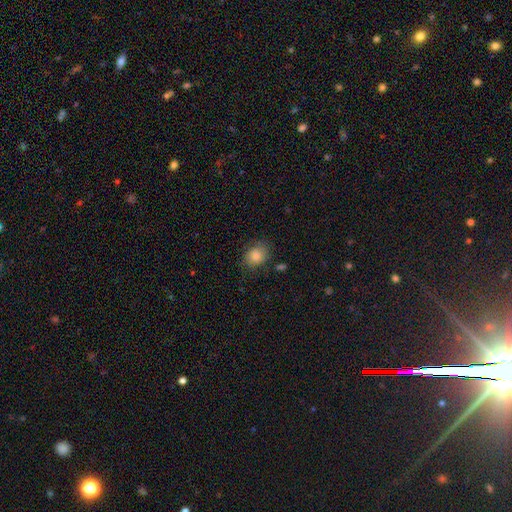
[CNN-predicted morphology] This appears to be a smooth galaxy with no disk features (80%) that is in between round and cigar-shaped (51%). Merging: none (77%).